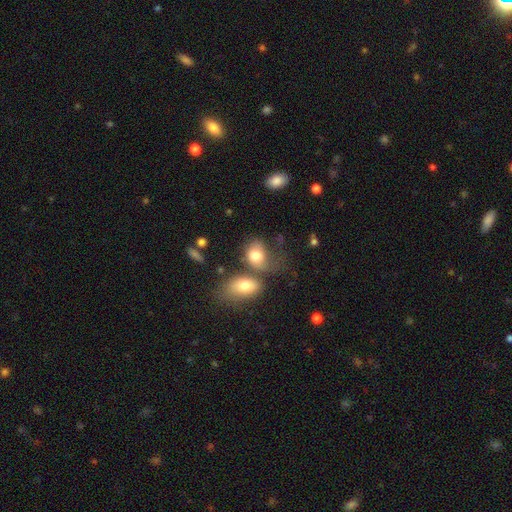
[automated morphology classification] A smooth galaxy with no disk features (75%) that is in between round and cigar-shaped (67%). Merging: merger (38%).